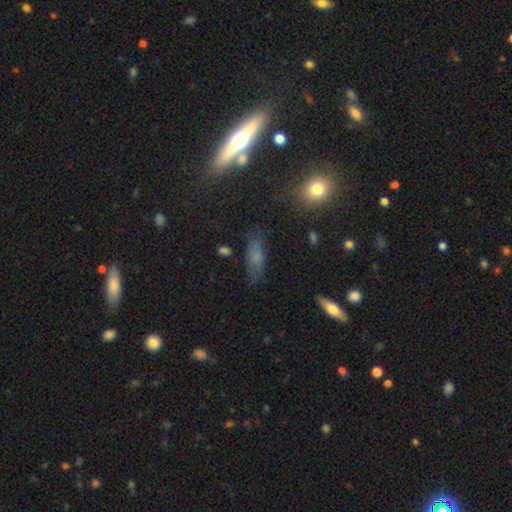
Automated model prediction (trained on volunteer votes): This appears to be a smooth galaxy with no disk features (59%) that is in between round and cigar-shaped (56%). Merging: none (72%).